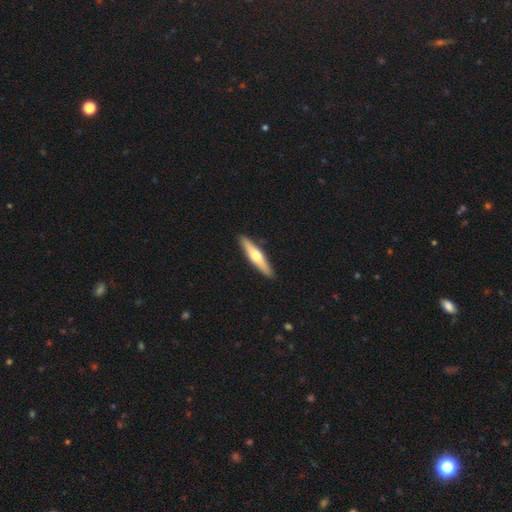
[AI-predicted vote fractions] featured or disk 50%, smooth 45%, star or artifact 5%. Down the decision tree: merging — none (91%).